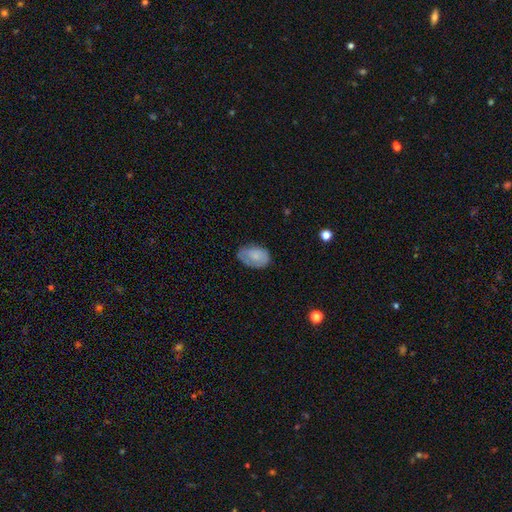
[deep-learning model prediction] smooth-or-featured: smooth: 77% | featured or disk: 16% | star or artifact: 7%
  how-rounded: in between: 88% | round: 11% | cigar-shaped: 1%
  merging: none: 64% | minor disturbance: 27% | major disturbance: 8% | merger: 1%